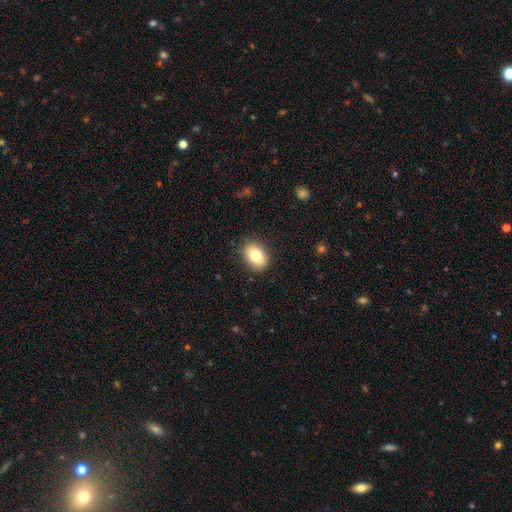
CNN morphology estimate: smooth-or-featured: smooth: 82% | featured or disk: 11% | star or artifact: 8%
  how-rounded: in between: 80% | round: 19% | cigar-shaped: 1%
  merging: none: 86% | minor disturbance: 10% | major disturbance: 2% | merger: 1%